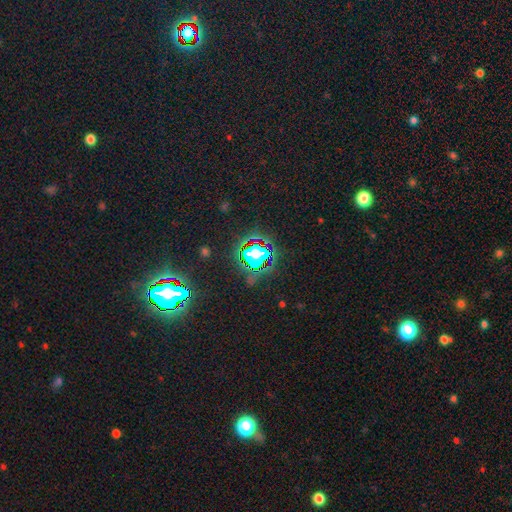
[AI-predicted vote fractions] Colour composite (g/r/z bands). It shows a star or artifact, not a galaxy (62%).